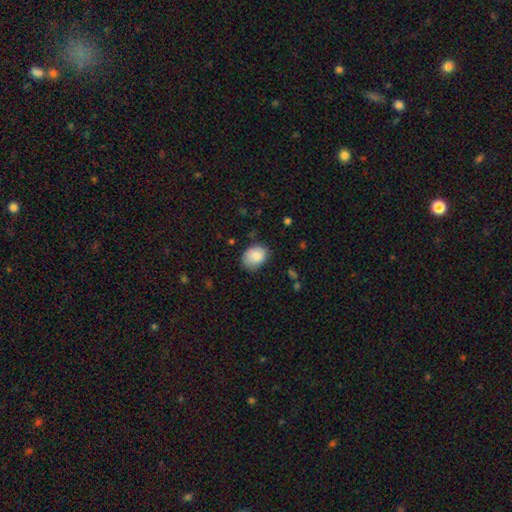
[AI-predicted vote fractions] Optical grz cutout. It shows a smooth galaxy with no disk features (85%) that is in between round and cigar-shaped (64%). Merging: none (71%).